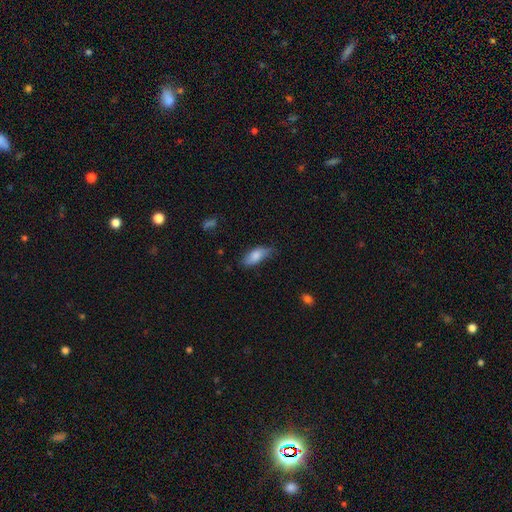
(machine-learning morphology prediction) Smooth or featured?
  - smooth: 81% *
  - featured or disk: 12%
  - star or artifact: 6%
How rounded?
  - in between: 80% *
  - cigar-shaped: 18%
  - round: 2%
Merging?
  - none: 71% *
  - minor disturbance: 24%
  - major disturbance: 4%
  - merger: 1%